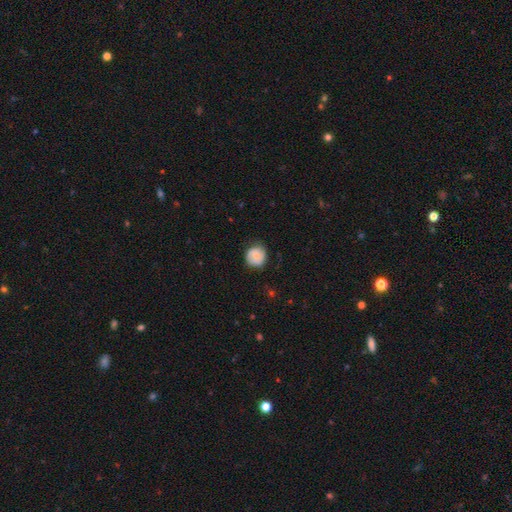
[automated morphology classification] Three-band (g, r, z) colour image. It shows a smooth galaxy with no disk features (66%) that is round (87%). Merging: none (71%).